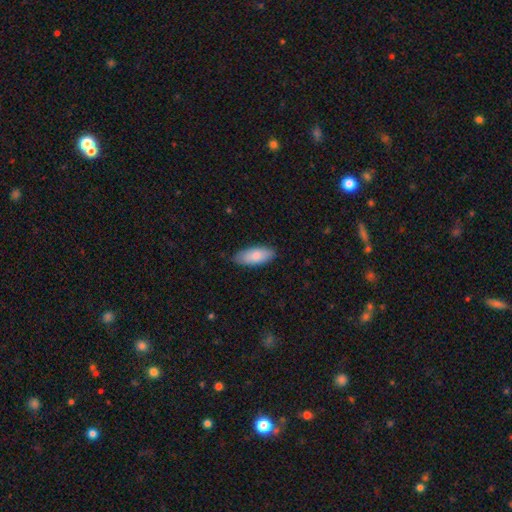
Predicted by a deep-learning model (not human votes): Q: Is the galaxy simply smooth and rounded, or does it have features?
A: smooth — 84%.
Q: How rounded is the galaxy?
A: in between — 83%.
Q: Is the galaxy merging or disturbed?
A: none — 81%.